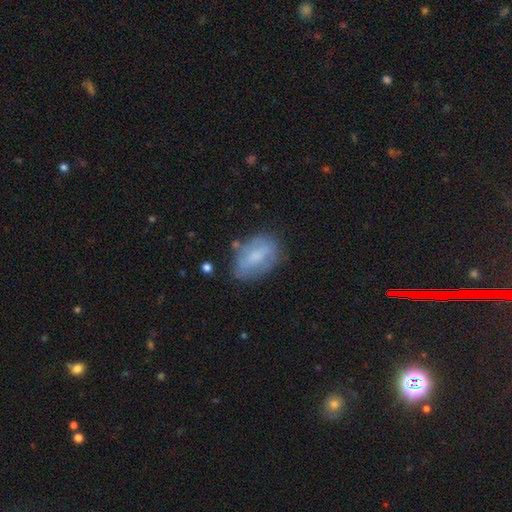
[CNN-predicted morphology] Overall: smooth (59%; featured or disk 33%). How rounded: in between (88%). Merging: none (62%; minor disturbance 25%).